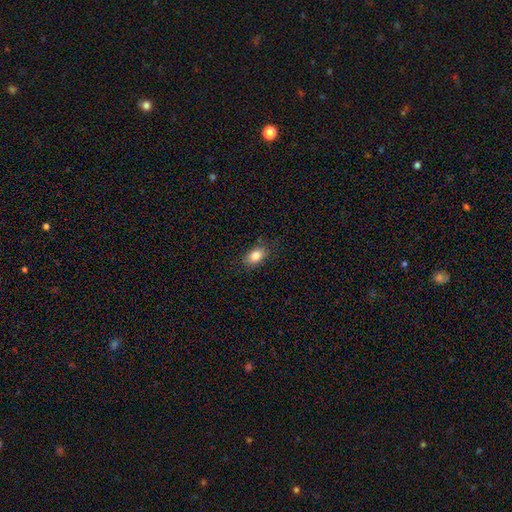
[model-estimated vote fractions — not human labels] A smooth galaxy with no disk features (84%) that is in between round and cigar-shaped (85%). Merging: none (83%).